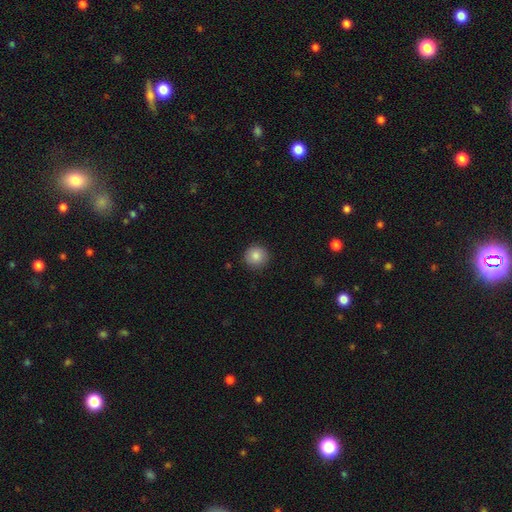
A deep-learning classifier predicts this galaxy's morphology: smooth-or-featured: smooth: 86% | star or artifact: 9% | featured or disk: 5%
  how-rounded: round: 94% | in between: 5% | cigar-shaped: 1%
  merging: none: 90% | minor disturbance: 7% | major disturbance: 2% | merger: 1%